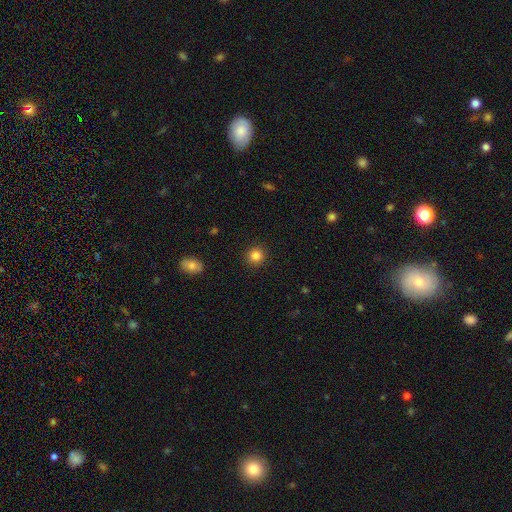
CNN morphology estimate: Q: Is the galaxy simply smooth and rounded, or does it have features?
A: smooth — 85%.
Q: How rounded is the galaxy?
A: round — 92%.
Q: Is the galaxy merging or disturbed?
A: none — 92%.